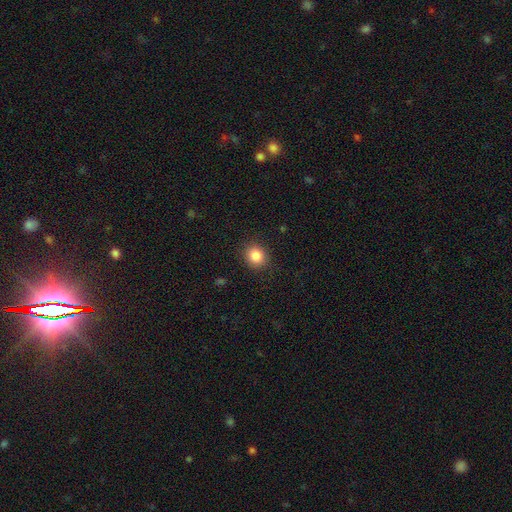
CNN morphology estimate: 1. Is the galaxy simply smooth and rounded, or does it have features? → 85% smooth, 10% star or artifact, 5% featured or disk.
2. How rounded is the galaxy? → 80% round, 19% in between, 1% cigar-shaped.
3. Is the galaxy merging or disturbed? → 89% none, 8% minor disturbance, 3% major disturbance, 1% merger.